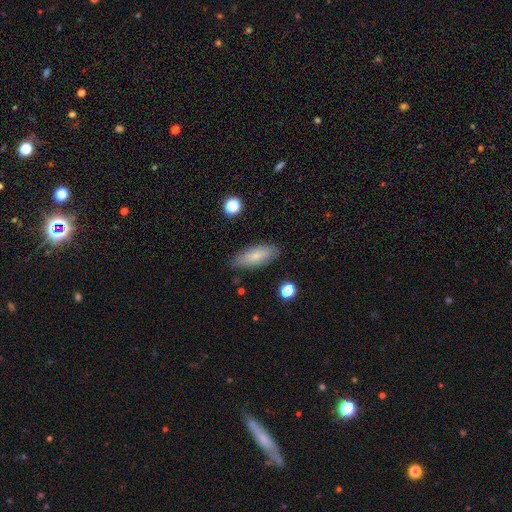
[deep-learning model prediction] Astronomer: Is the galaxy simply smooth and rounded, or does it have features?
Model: smooth — 78%.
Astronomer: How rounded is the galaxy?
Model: in between — 73%.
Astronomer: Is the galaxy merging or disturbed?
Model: none — 83%.